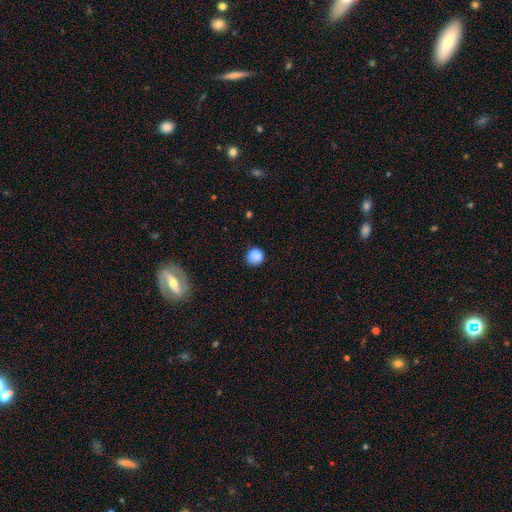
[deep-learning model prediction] smooth_or_featured: smooth (p=0.86) [alt: star or artifact p=0.09]
how_rounded: round (p=0.92) [alt: in between p=0.07]
merging: none (p=0.80) [alt: minor disturbance p=0.16]